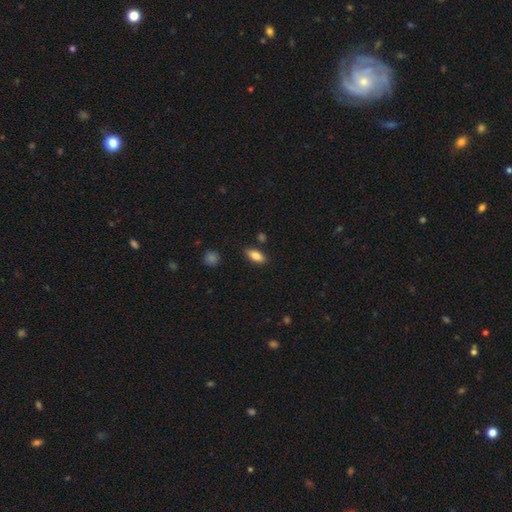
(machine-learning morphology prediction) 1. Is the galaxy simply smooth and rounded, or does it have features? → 82% smooth, 11% featured or disk, 7% star or artifact.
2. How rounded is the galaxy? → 86% in between, 11% cigar-shaped, 3% round.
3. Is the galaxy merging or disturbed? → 85% none, 10% minor disturbance, 2% major disturbance, 2% merger.